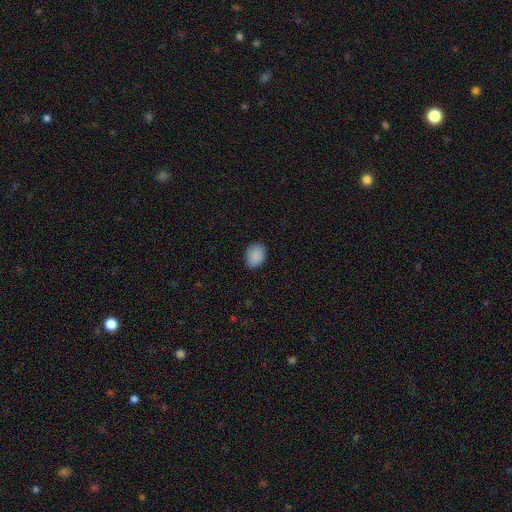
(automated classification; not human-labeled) smooth_or_featured: smooth (p=0.89) [alt: star or artifact p=0.08]
how_rounded: in between (p=0.65) [alt: round p=0.35]
merging: none (p=0.85) [alt: minor disturbance p=0.11]